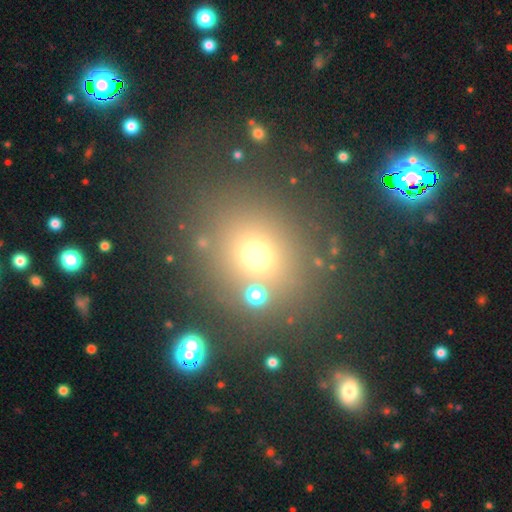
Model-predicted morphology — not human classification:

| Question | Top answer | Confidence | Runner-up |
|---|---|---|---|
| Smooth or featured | smooth | 64% | star or artifact (25%) |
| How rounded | round | 77% | in between (22%) |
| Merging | none | 76% | minor disturbance (10%) |